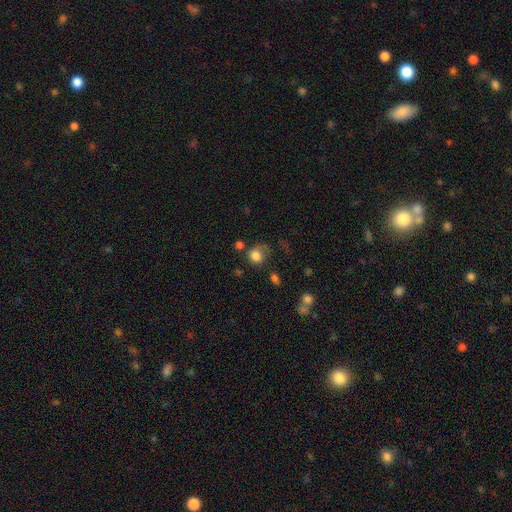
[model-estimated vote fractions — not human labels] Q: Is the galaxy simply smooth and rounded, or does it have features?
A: smooth — 79%.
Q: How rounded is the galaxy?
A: round — 75%.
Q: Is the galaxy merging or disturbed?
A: none — 47%.